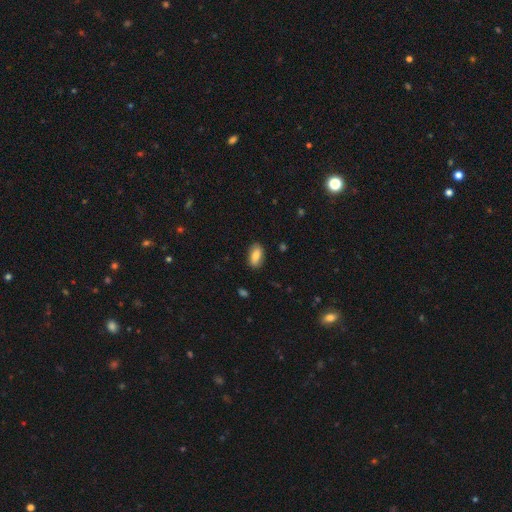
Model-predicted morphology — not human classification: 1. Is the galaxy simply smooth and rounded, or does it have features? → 83% smooth, 10% featured or disk, 7% star or artifact.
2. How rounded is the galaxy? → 90% in between, 6% cigar-shaped, 4% round.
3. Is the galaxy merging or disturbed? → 85% none, 12% minor disturbance, 3% major disturbance, 1% merger.